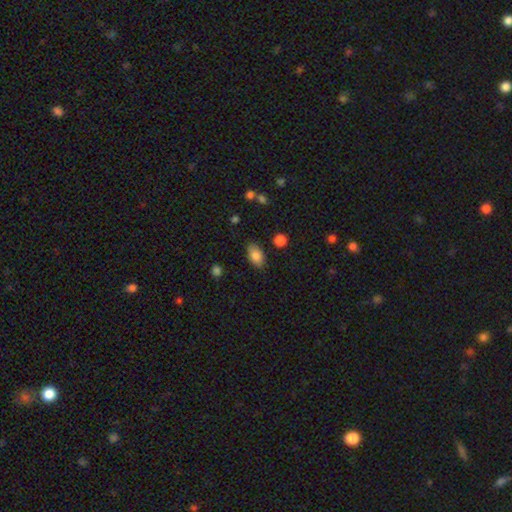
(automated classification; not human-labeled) smooth 85%, star or artifact 8%, featured or disk 7%. Down the decision tree: how rounded — in between (91%); merging — none (83%).